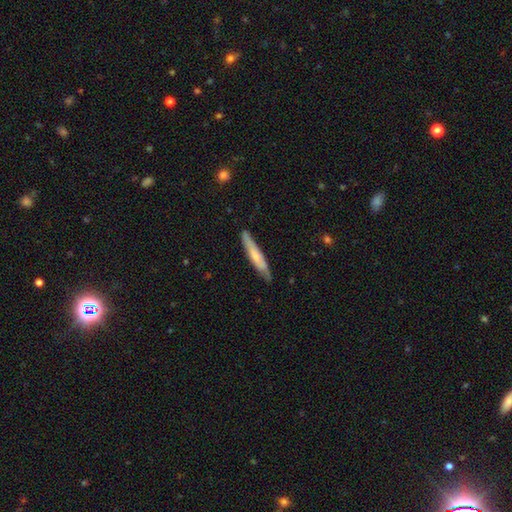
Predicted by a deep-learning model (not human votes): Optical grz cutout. It shows a smooth galaxy with no disk features (57%) that is cigar-shaped (92%). Merging: none (80%).